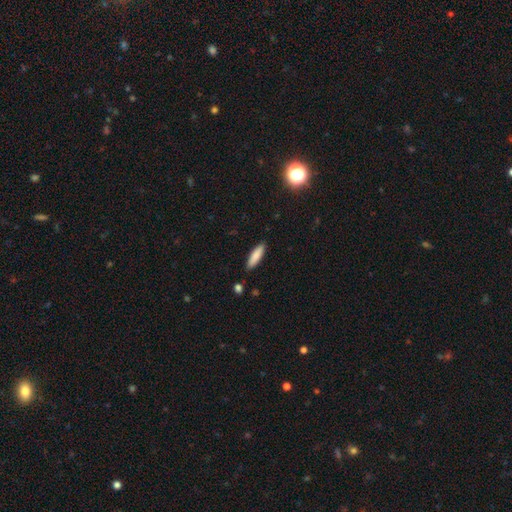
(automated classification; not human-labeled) Morphology: type=smooth (85%); roundness=cigar-shaped (65%); merging=none (88%).